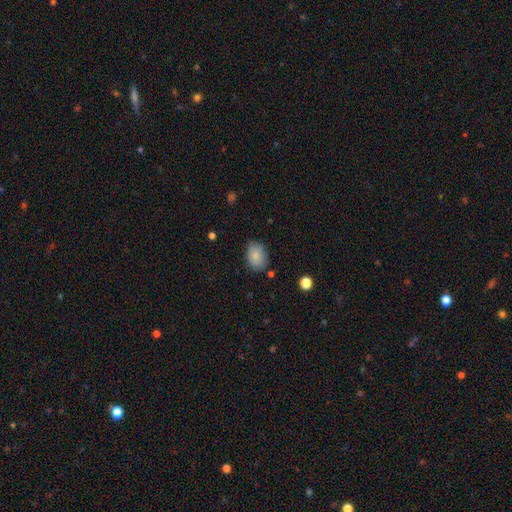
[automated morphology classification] smooth_or_featured: smooth (p=0.84) [alt: featured or disk p=0.09]
how_rounded: in between (p=0.83) [alt: round p=0.16]
merging: none (p=0.79) [alt: minor disturbance p=0.16]